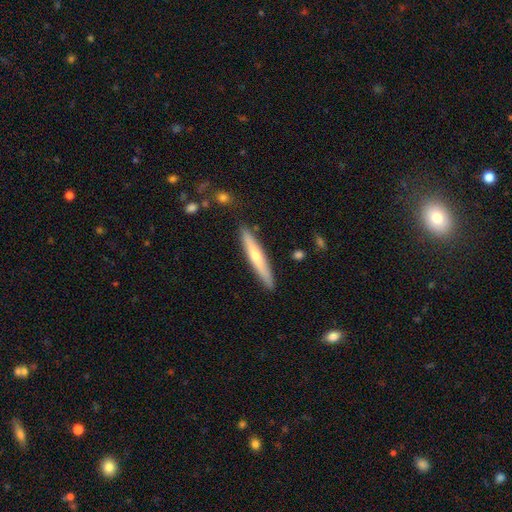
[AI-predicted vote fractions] A featured or disk galaxy (50%) viewed edge-on (93%). Merging: none (88%).